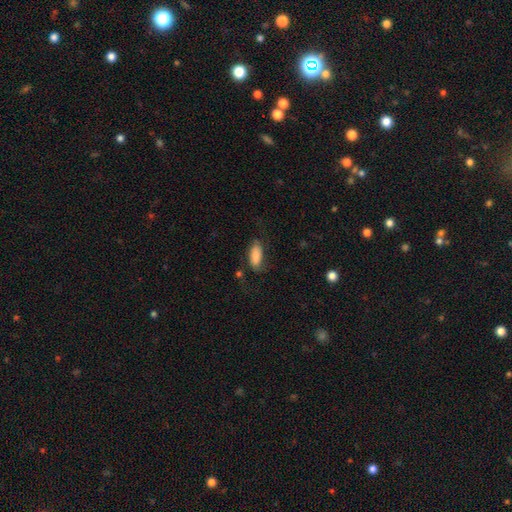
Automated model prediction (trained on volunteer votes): smooth 79%, featured or disk 15%, star or artifact 7%. Down the decision tree: how rounded — in between (86%); merging — none (61%).